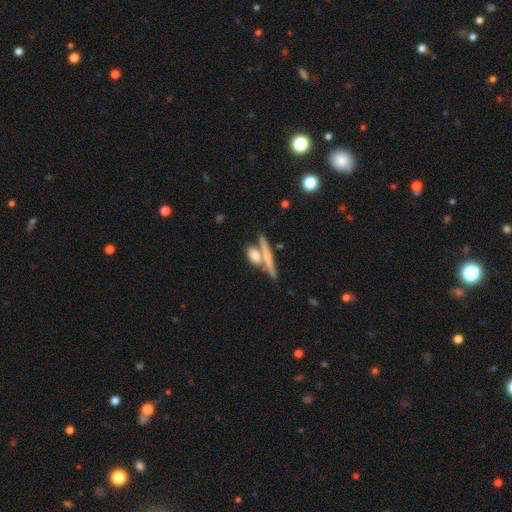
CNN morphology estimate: This is likely a smooth galaxy (60%). How rounded: possibly cigar-shaped (57%). Merging: possibly none (50%).